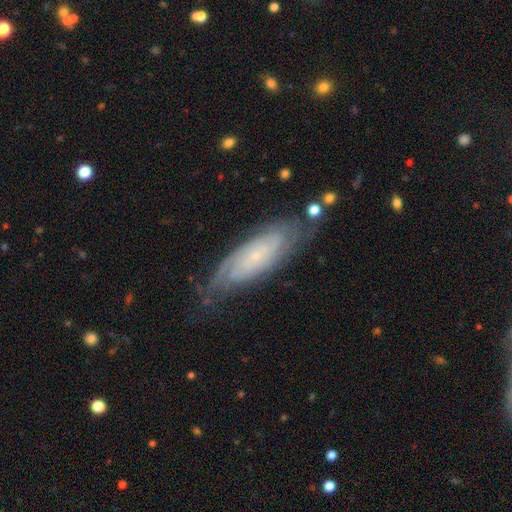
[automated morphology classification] Q: Smooth or featured?
A: featured or disk (75%); runner-up: smooth (18%)
Q: Edge-on disk?
A: no (85%); runner-up: yes (15%)
Q: Bar?
A: no (76%); runner-up: weak (20%)
Q: Spiral arms?
A: yes (92%); runner-up: no (8%)
Q: Spiral winding?
A: tight (67%); runner-up: medium (26%)
Q: Spiral arm count?
A: can't tell (47%); runner-up: 2 (27%)
Q: Bulge size?
A: small (84%); runner-up: moderate (10%)
Q: Merging?
A: none (68%); runner-up: minor disturbance (22%)